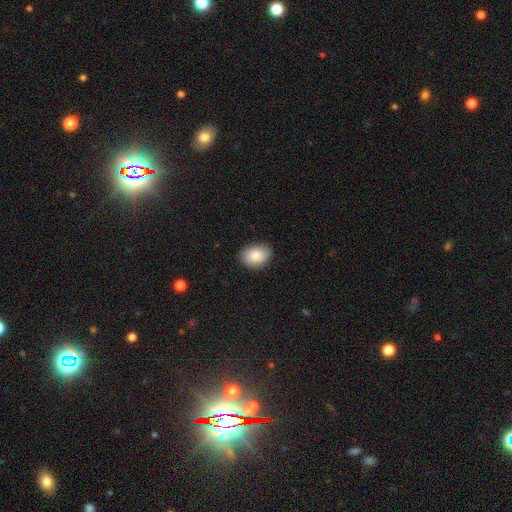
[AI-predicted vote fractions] Smooth or featured?
  - smooth: 87% *
  - star or artifact: 7%
  - featured or disk: 6%
How rounded?
  - in between: 76% *
  - round: 23%
  - cigar-shaped: 1%
Merging?
  - none: 87% *
  - minor disturbance: 10%
  - major disturbance: 2%
  - merger: 1%